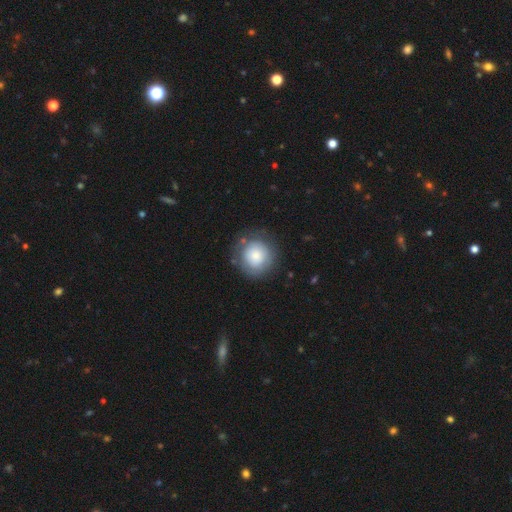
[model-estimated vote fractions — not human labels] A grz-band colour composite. It shows a smooth galaxy with no disk features (75%) that is round (92%). Merging: none (78%).